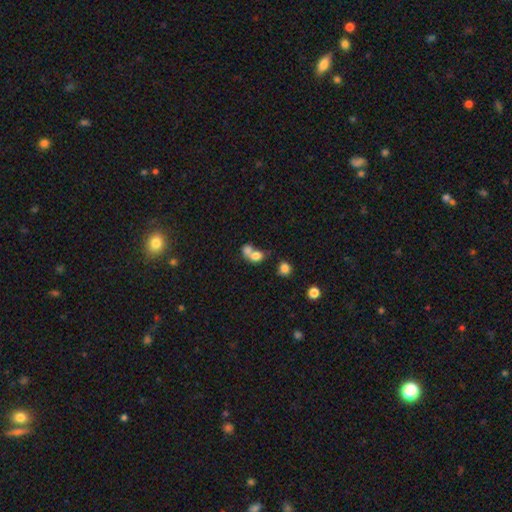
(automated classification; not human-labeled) Q: Smooth or featured?
A: smooth (73%); runner-up: featured or disk (16%)
Q: How rounded?
A: in between (52%); runner-up: round (47%)
Q: Merging?
A: merger (69%); runner-up: none (20%)